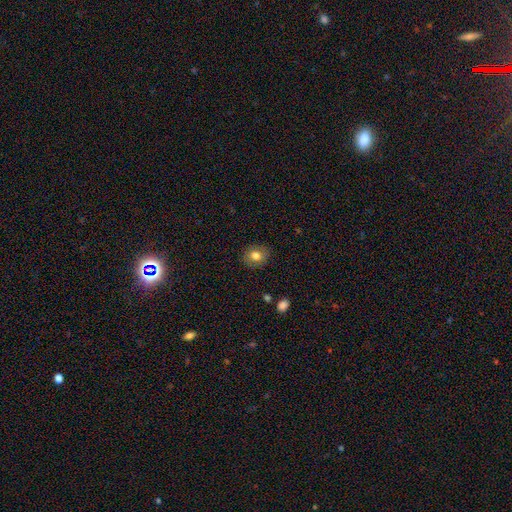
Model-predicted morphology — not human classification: Overall: smooth (79%). How rounded: round (63%; in between 36%). Merging: none (88%).